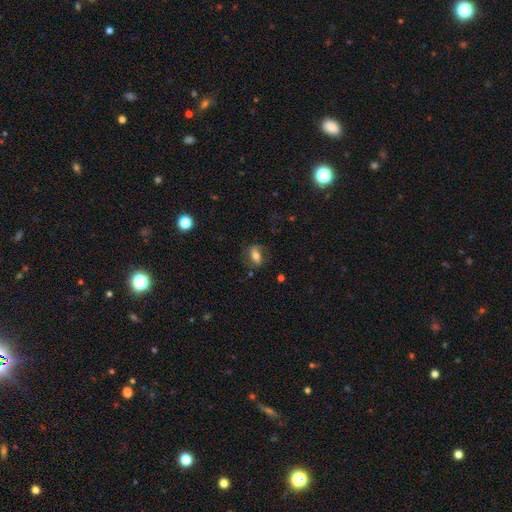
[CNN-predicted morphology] type=smooth (47%); merging=none (68%).